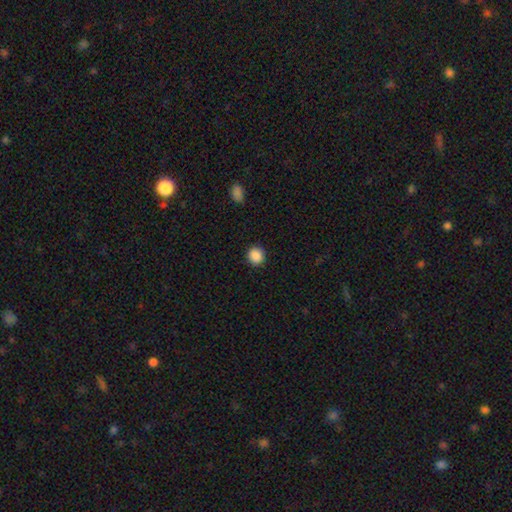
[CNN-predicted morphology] smooth_or_featured: smooth (p=0.89) [alt: star or artifact p=0.09]
how_rounded: round (p=0.84) [alt: in between p=0.15]
merging: none (p=0.90) [alt: minor disturbance p=0.07]